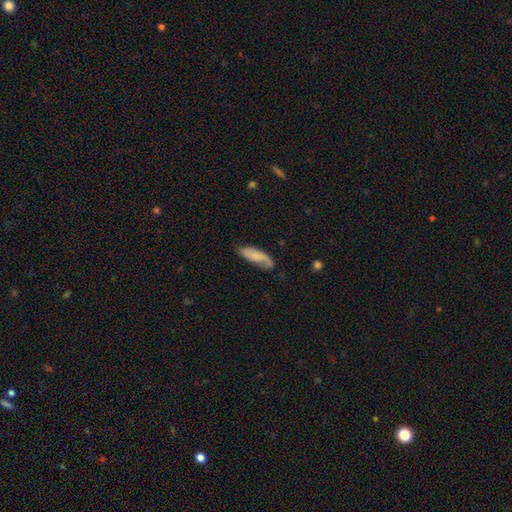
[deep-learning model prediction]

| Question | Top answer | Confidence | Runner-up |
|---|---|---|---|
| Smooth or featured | smooth | 61% | featured or disk (33%) |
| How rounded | in between | 68% | cigar-shaped (30%) |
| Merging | none | 58% | minor disturbance (27%) |